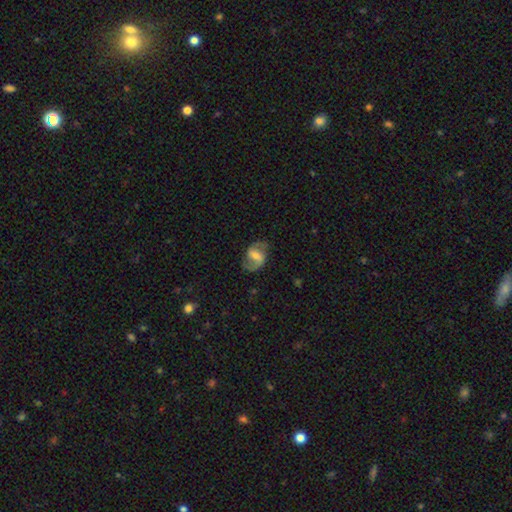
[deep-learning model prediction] The model was most divided on "spiral winding": medium: 46%, loose: 42%, tight: 12%. Remaining: edge-on disk — no (97%); spiral arms — yes (92%); spiral arm count — 2 (91%); smooth or featured — featured or disk (79%); merging — none (76%); bar — weak (47%); bulge size — moderate (45%).